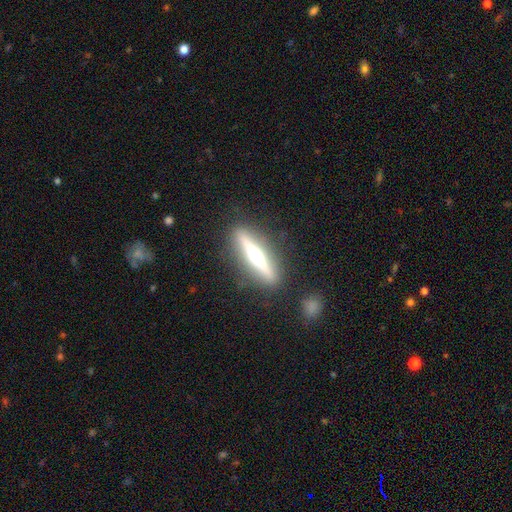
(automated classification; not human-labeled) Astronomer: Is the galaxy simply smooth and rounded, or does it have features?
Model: featured or disk — 73%.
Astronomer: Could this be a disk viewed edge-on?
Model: yes — 95%.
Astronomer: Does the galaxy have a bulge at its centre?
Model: rounded — 91%.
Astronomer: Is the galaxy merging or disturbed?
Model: none — 89%.